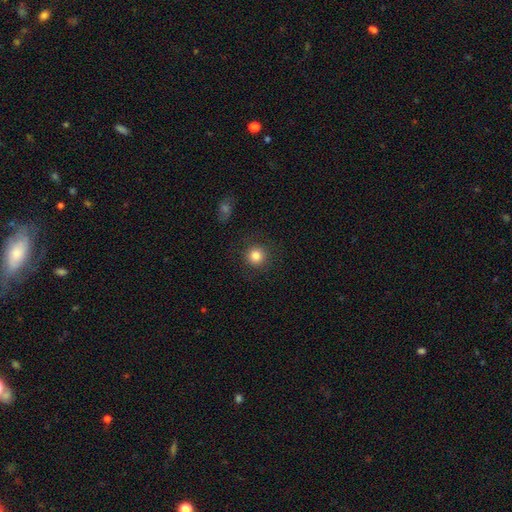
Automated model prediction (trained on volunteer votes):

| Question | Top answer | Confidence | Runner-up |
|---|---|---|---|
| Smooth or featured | smooth | 84% | star or artifact (11%) |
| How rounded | round | 94% | in between (5%) |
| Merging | none | 89% | minor disturbance (7%) |